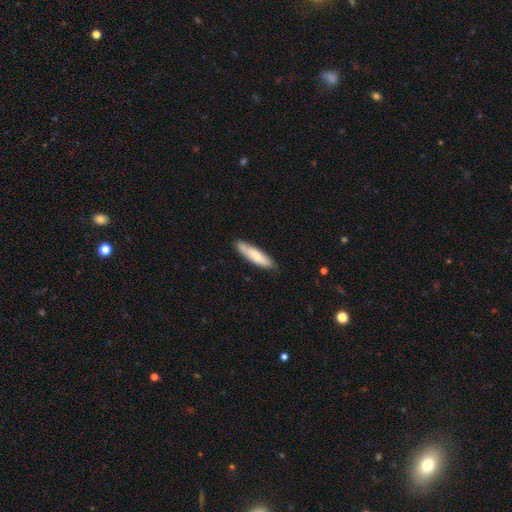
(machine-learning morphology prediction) smooth_or_featured: smooth (p=0.71) [alt: featured or disk p=0.23]
how_rounded: cigar-shaped (p=0.74) [alt: in between p=0.24]
merging: none (p=0.78) [alt: minor disturbance p=0.17]